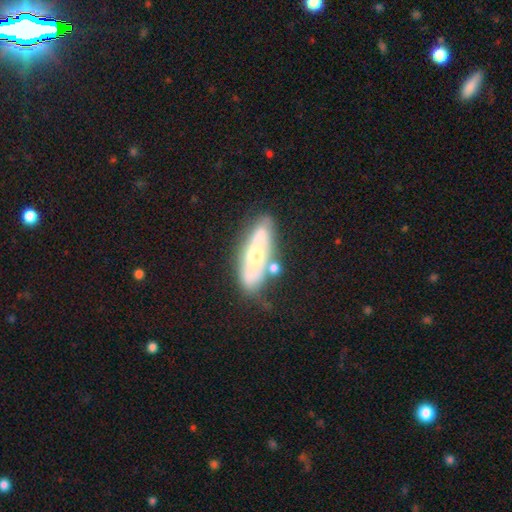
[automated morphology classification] A featured or disk galaxy (62%). Merging: none (61%).